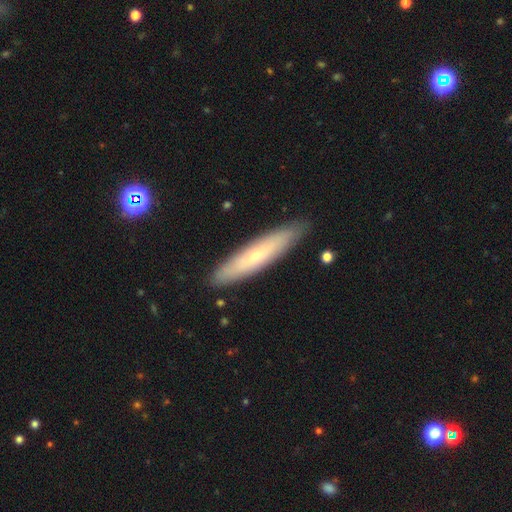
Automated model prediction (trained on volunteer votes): Smooth or featured? Predicted: smooth (p=0.56). How rounded? Predicted: cigar-shaped (p=0.86). Merging? Predicted: none (p=0.88).